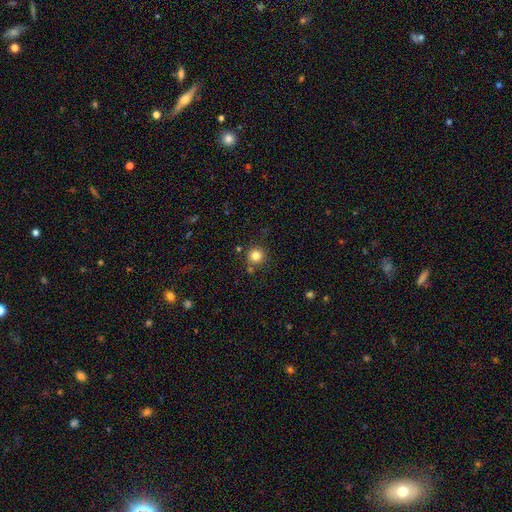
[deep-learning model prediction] This is clearly a smooth galaxy (83%). How rounded: clearly round (95%). Merging: clearly none (83%).